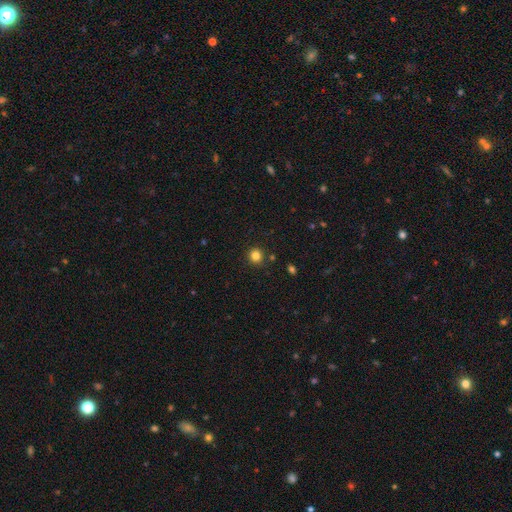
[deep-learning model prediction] This is clearly a smooth galaxy (82%). How rounded: clearly round (93%). Merging: clearly none (89%).